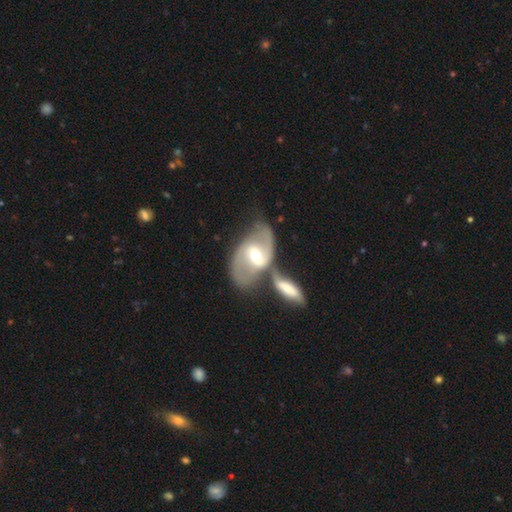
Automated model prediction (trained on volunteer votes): The model was most divided on "spiral winding": loose: 44%, medium: 43%, tight: 14%. Remaining: edge-on disk — no (95%); spiral arms — yes (92%); spiral arm count — 2 (89%); smooth or featured — featured or disk (81%); bulge size — moderate (63%); merging — merger (47%); bar — weak (46%).